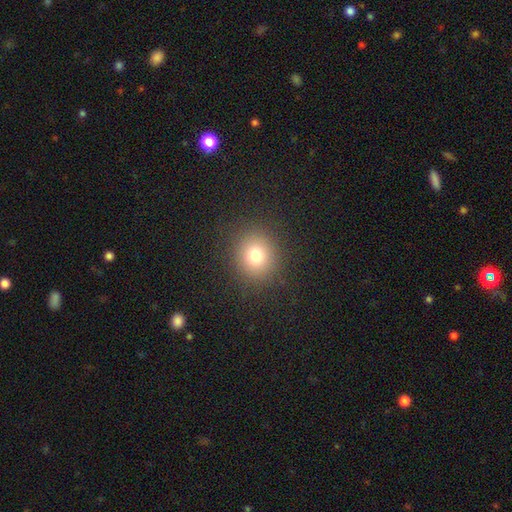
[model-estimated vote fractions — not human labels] smooth_or_featured: smooth (p=0.76) [alt: star or artifact p=0.16]
how_rounded: round (p=0.86) [alt: in between p=0.13]
merging: none (p=0.89) [alt: minor disturbance p=0.07]